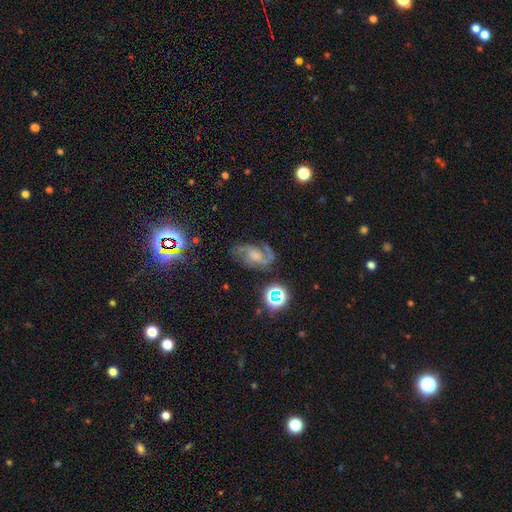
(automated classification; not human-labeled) The model was most divided on "bulge size": moderate: 35%, small: 25%, none: 24%, large: 14%, dominant: 2%. More confident: edge-on disk — no (96%); spiral arms — yes (90%); smooth or featured — featured or disk (67%); spiral arm count — 2 (63%); merging — none (61%); bar — no (54%); spiral winding — medium (51%).